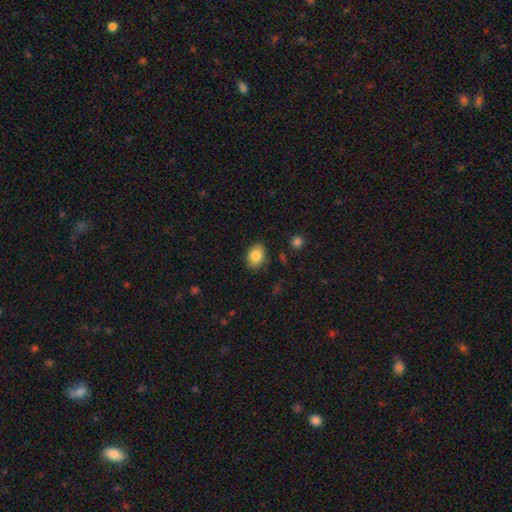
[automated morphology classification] smooth_or_featured: smooth (p=0.84) [alt: featured or disk p=0.09]
how_rounded: in between (p=0.77) [alt: round p=0.22]
merging: none (p=0.86) [alt: minor disturbance p=0.11]